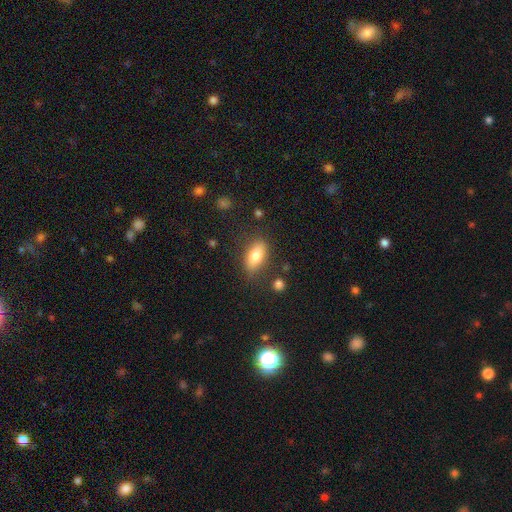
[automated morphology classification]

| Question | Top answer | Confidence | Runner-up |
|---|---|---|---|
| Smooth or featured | smooth | 78% | featured or disk (14%) |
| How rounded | in between | 86% | cigar-shaped (9%) |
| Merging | none | 78% | minor disturbance (15%) |